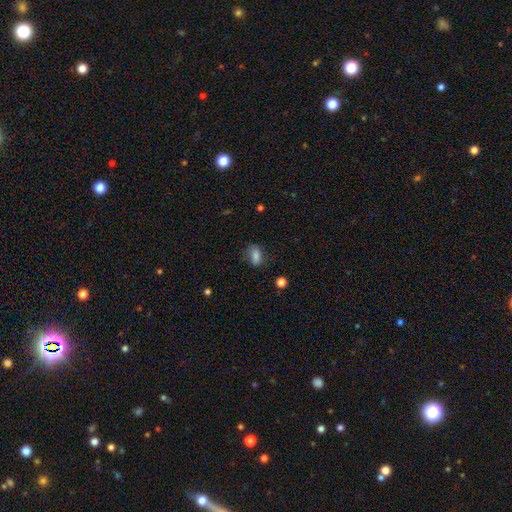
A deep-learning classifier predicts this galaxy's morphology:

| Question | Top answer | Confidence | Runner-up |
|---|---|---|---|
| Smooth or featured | smooth | 79% | featured or disk (11%) |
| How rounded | in between | 81% | round (13%) |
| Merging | none | 68% | minor disturbance (22%) |